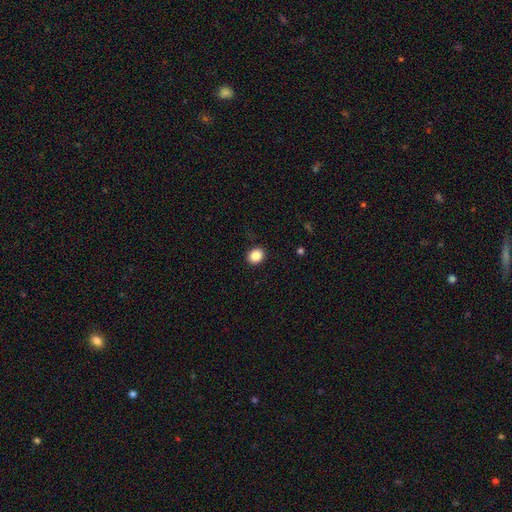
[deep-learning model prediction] smooth-or-featured: smooth: 87% | star or artifact: 9% | featured or disk: 4%
  how-rounded: round: 62% | in between: 37% | cigar-shaped: 1%
  merging: none: 89% | minor disturbance: 8% | major disturbance: 2% | merger: 1%